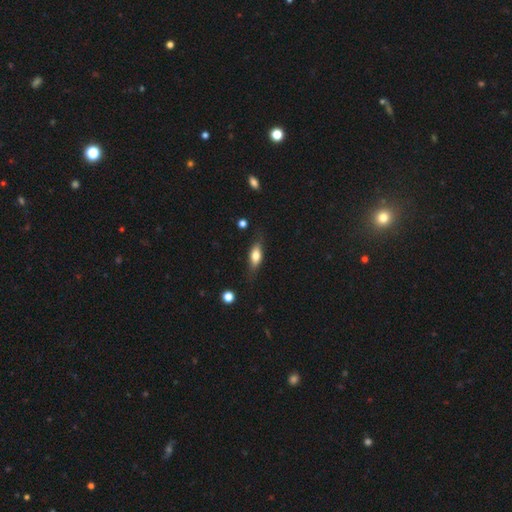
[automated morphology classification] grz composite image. It shows a smooth galaxy with no disk features (65%) that is in between round and cigar-shaped (68%). Merging: none (75%).